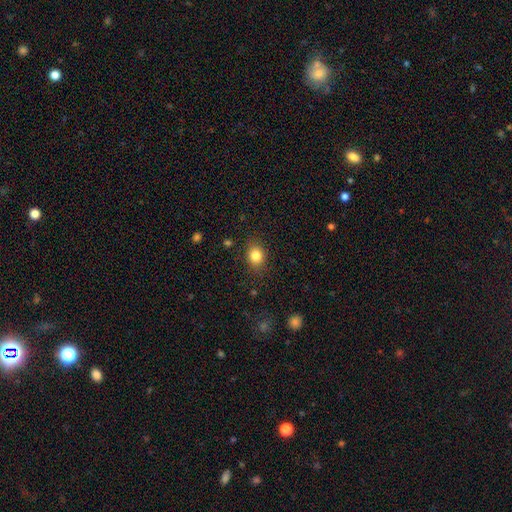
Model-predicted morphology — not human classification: Smooth or featured? Predicted: smooth (p=0.83). How rounded? Predicted: round (p=0.59). Merging? Predicted: none (p=0.84).